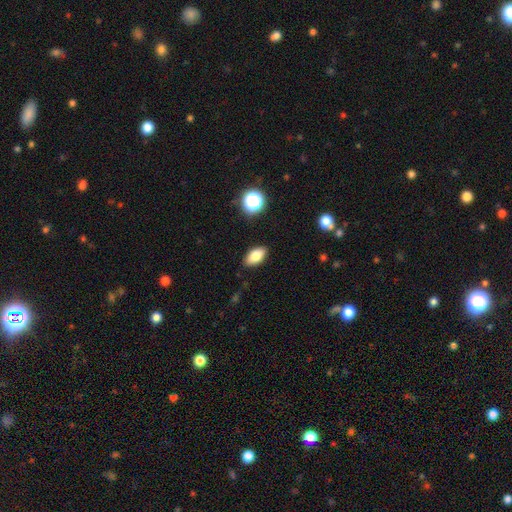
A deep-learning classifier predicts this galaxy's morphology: smooth 81%, featured or disk 10%, star or artifact 9%. Down the decision tree: how rounded — in between (90%); merging — none (87%).